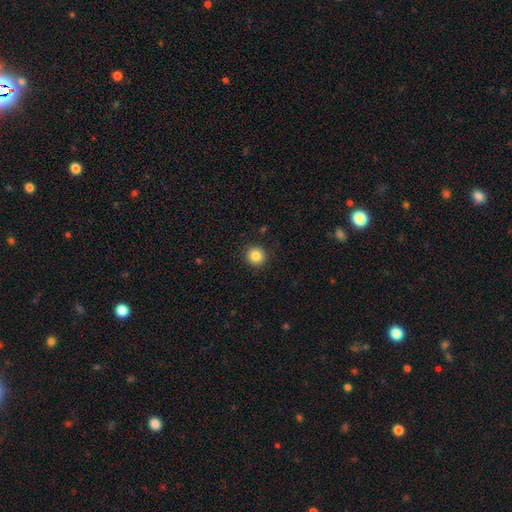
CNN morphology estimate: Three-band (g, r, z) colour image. It shows a smooth galaxy with no disk features (86%) that is round (93%). Merging: none (91%).